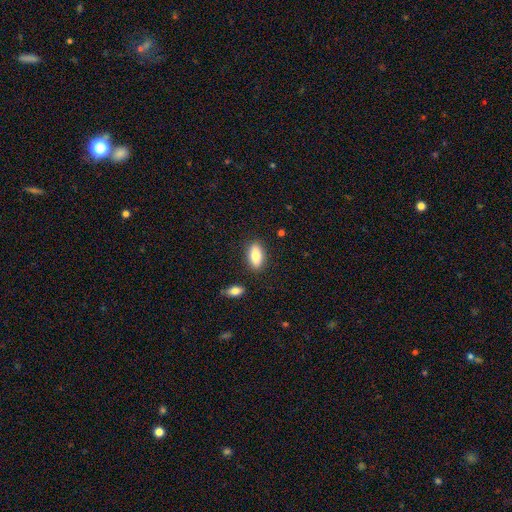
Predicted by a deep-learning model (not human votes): Smooth or featured: smooth — 82% (featured or disk — 11%)
How rounded: in between — 88% (cigar-shaped — 9%)
Merging: none — 85% (minor disturbance — 9%)